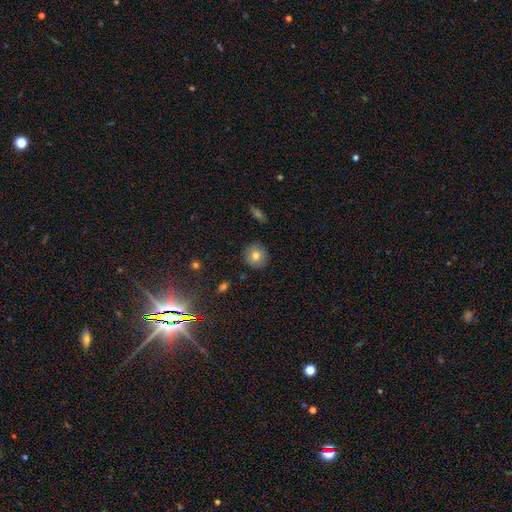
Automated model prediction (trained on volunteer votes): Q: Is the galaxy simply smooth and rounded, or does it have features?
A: smooth — 75%.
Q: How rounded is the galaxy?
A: round — 90%.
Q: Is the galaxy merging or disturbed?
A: none — 89%.